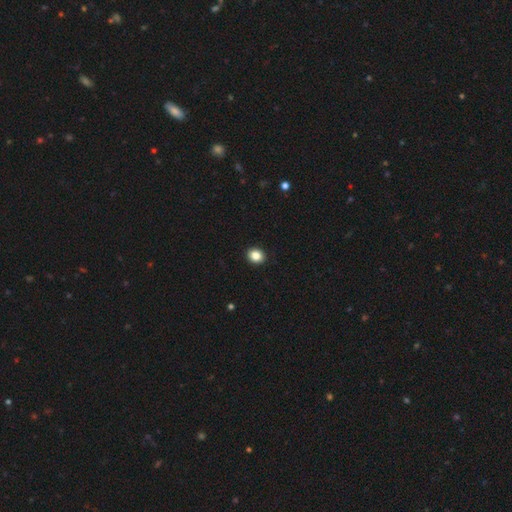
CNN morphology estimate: This appears to be a smooth galaxy with no disk features (86%) that is round (64%). Merging: none (93%).